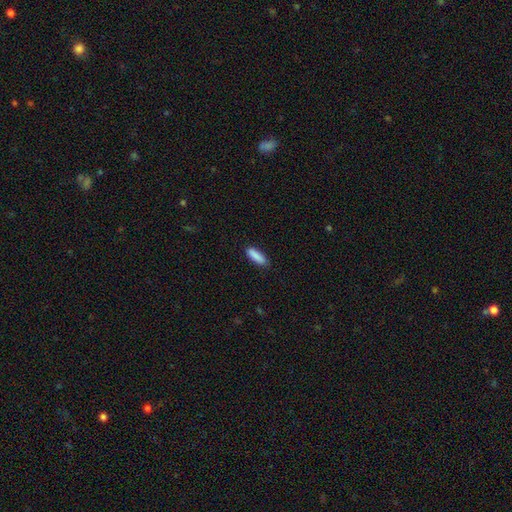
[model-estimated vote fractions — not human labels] Overall: smooth (88%). How rounded: cigar-shaped (50%; in between 48%). Merging: none (84%).